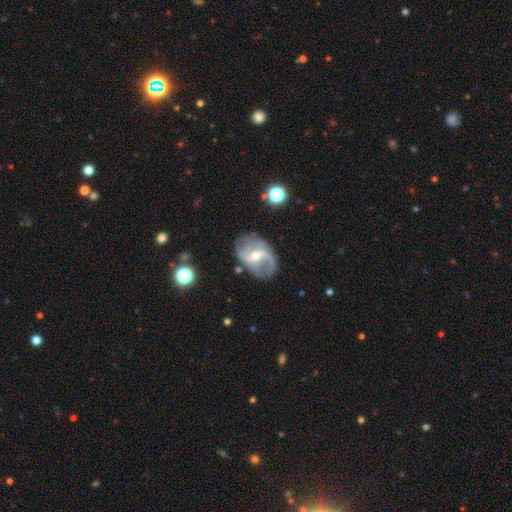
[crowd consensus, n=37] Smooth or featured? featured or disk (84%)
Edge-on disk? no (94%)
Bar? weak (59%)
Spiral arms? yes (90%)
Spiral winding? loose (54%)
Spiral arm count? 2 (58%)
Bulge size? moderate (66%)
Merging? none (47%)